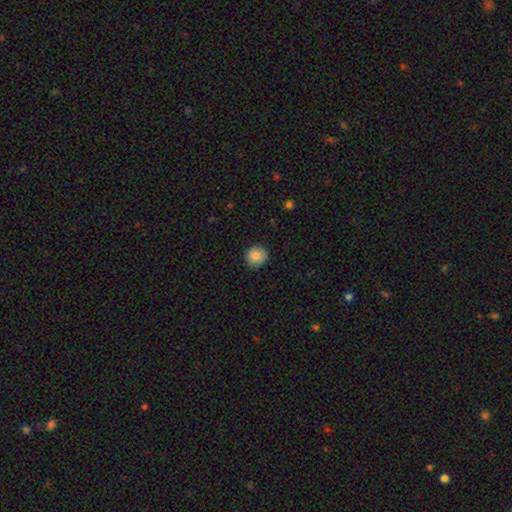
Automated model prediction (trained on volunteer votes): Morphology: type=smooth (87%); roundness=round (89%); merging=none (86%).